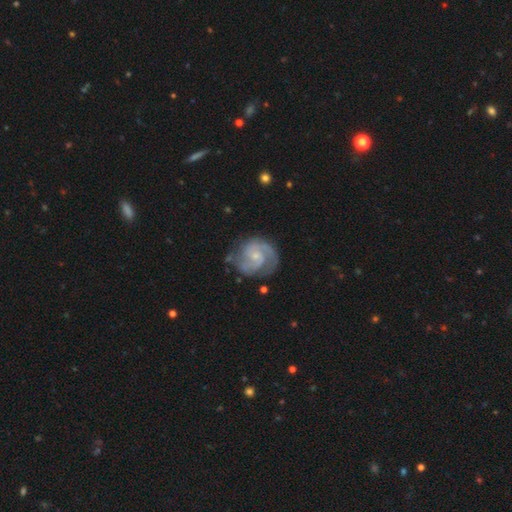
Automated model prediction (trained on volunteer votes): Q: Smooth or featured?
A: featured or disk (87%); runner-up: smooth (8%)
Q: Edge-on disk?
A: no (98%); runner-up: yes (2%)
Q: Bar?
A: no (57%); runner-up: weak (37%)
Q: Spiral arms?
A: yes (97%); runner-up: no (3%)
Q: Spiral winding?
A: medium (47%); runner-up: tight (43%)
Q: Spiral arm count?
A: 2 (76%); runner-up: 3 (9%)
Q: Bulge size?
A: small (68%); runner-up: moderate (24%)
Q: Merging?
A: none (72%); runner-up: minor disturbance (19%)